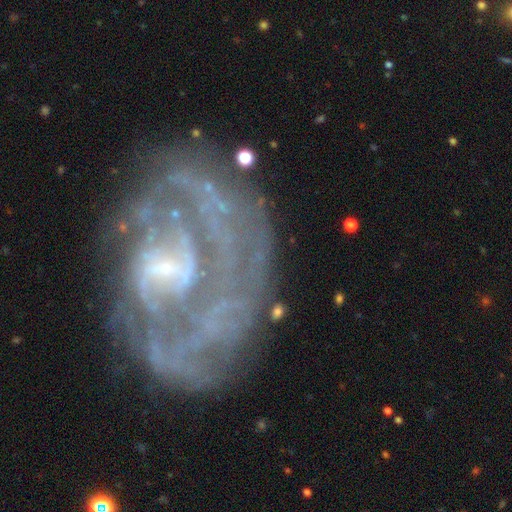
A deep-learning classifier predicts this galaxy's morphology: This appears to be a featured or disk galaxy (83%) with no bar (44%), medium (38%, tied with tight) spiral arms (79%) and a small central bulge (59%). Merging: none (46%).